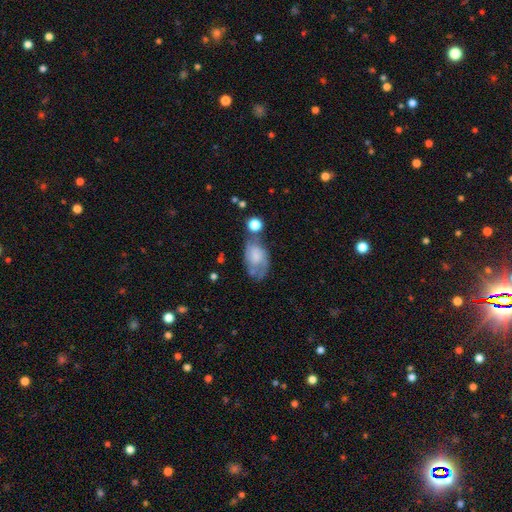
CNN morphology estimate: Smooth or featured?
  - featured or disk: 52% *
  - smooth: 40%
  - star or artifact: 9%
Edge-on disk?
  - no: 96% *
  - yes: 4%
Merging?
  - none: 40% *
  - minor disturbance: 27%
  - major disturbance: 19%
  - merger: 14%